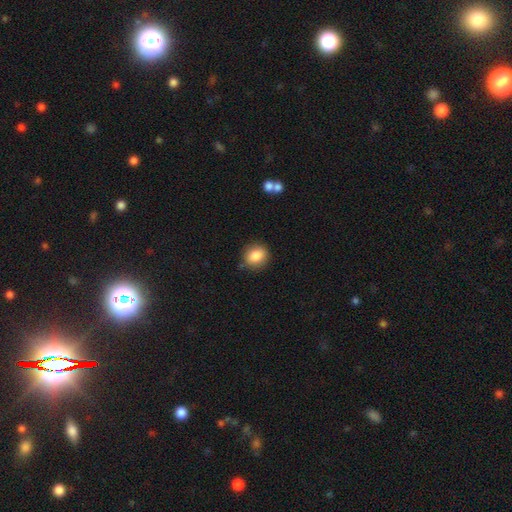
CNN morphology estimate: smooth_or_featured: smooth (p=0.85) [alt: star or artifact p=0.09]
how_rounded: round (p=0.73) [alt: in between p=0.26]
merging: none (p=0.82) [alt: minor disturbance p=0.13]